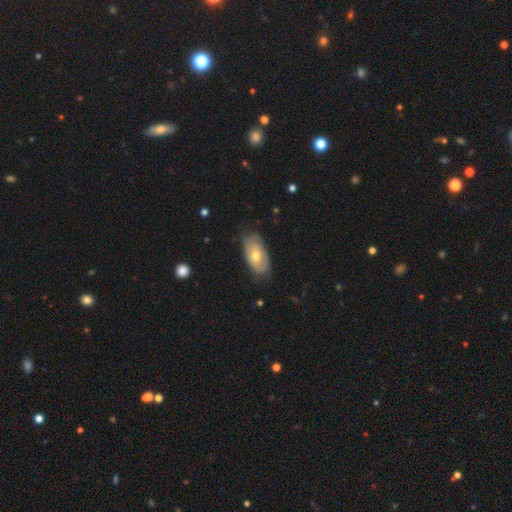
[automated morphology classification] The model was most divided on "smooth or featured": smooth: 58%, featured or disk: 36%, star or artifact: 6%. More confident: how rounded — in between (92%); merging — none (68%).